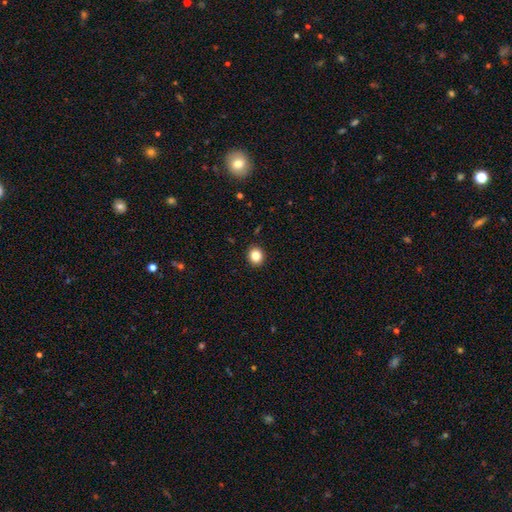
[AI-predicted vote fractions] This is clearly a smooth galaxy (84%). How rounded: likely round (80%). Merging: clearly none (92%).